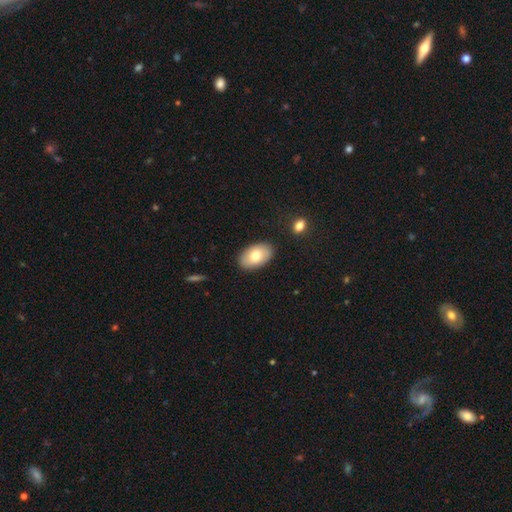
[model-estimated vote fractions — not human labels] Smooth or featured? smooth (74%)
How rounded? in between (93%)
Merging? none (87%)